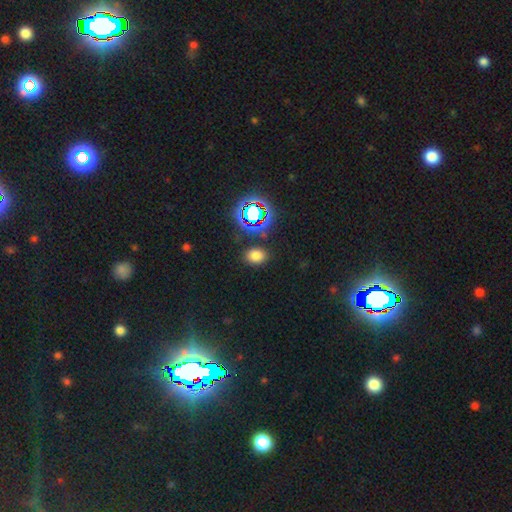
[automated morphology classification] This appears to be a smooth galaxy with no disk features (70%) that is in between round and cigar-shaped (68%). Merging: none (85%).